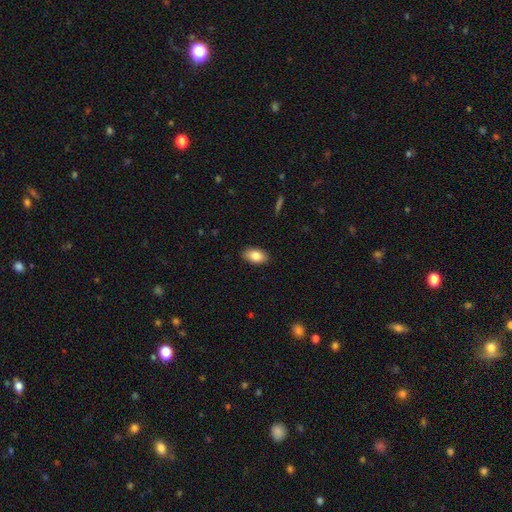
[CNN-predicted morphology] Smooth or featured? Predicted: smooth (p=0.84). How rounded? Predicted: in between (p=0.92). Merging? Predicted: none (p=0.88).